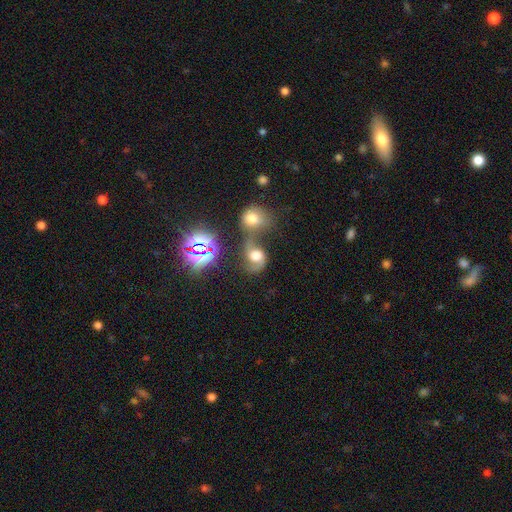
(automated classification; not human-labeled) Smooth or featured?
  - featured or disk: 58% *
  - smooth: 26%
  - star or artifact: 16%
Edge-on disk?
  - no: 97% *
  - yes: 3%
Bar?
  - no: 64% *
  - weak: 27%
  - strong: 8%
Spiral arms?
  - yes: 85% *
  - no: 15%
Bulge size?
  - large: 43% *
  - moderate: 39%
  - dominant: 7%
  - small: 6%
  - none: 4%
Merging?
  - merger: 57% *
  - none: 22%
  - major disturbance: 11%
  - minor disturbance: 9%